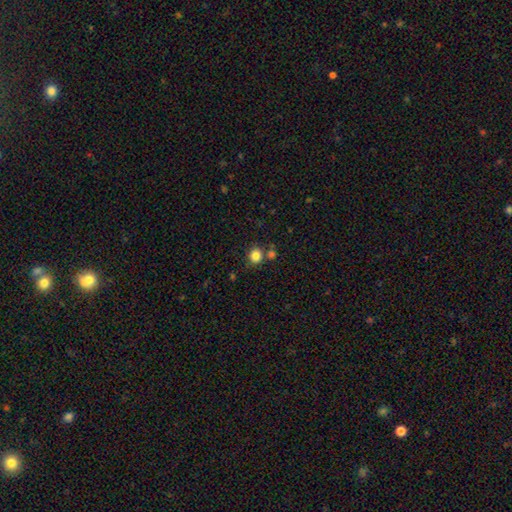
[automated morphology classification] Smooth or featured? Predicted: smooth (p=0.83). How rounded? Predicted: round (p=0.79). Merging? Predicted: none (p=0.74).